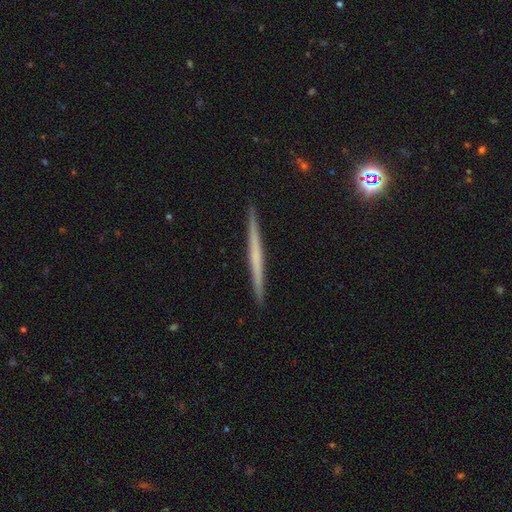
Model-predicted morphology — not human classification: Smooth or featured? Predicted: featured or disk (p=0.57). Edge-on disk? Predicted: yes (p=0.98). Edge-on bulge? Predicted: none (p=0.87). Merging? Predicted: none (p=0.93).